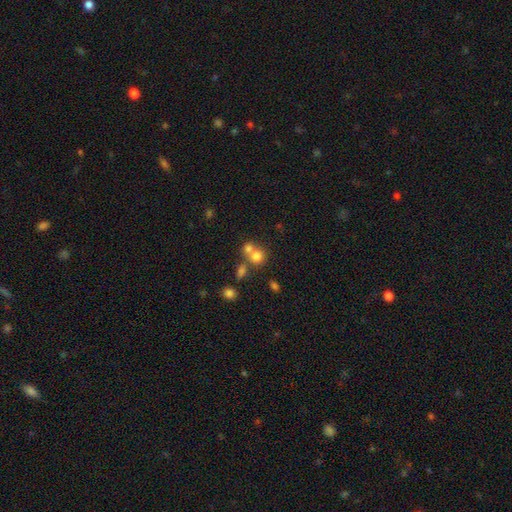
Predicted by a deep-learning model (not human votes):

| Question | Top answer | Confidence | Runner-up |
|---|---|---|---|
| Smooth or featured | smooth | 72% | star or artifact (15%) |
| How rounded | round | 81% | in between (18%) |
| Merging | merger | 47% | none (42%) |